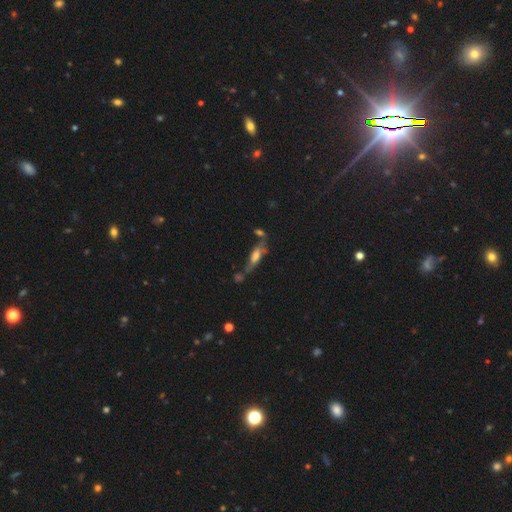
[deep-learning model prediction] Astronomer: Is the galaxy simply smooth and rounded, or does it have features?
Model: featured or disk — 52% (runner-up: smooth, 38%).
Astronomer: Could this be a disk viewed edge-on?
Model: yes — 65%.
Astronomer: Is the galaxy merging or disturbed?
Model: none — 47%.